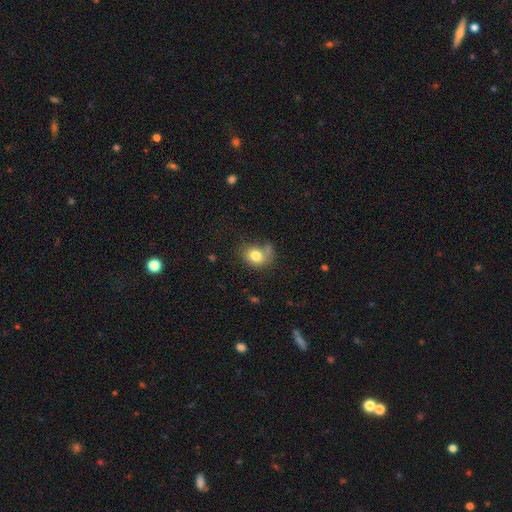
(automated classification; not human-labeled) Smooth or featured: smooth — 79% (featured or disk — 12%)
How rounded: round — 50% (in between — 49%)
Merging: none — 49% (minor disturbance — 23%)